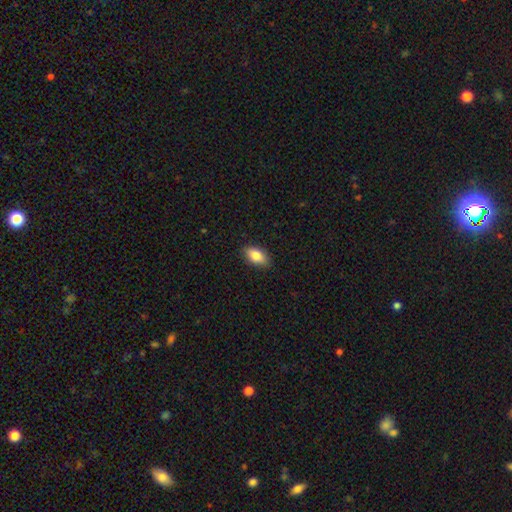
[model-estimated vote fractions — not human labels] smooth-or-featured: smooth: 83% | featured or disk: 10% | star or artifact: 7%
  how-rounded: in between: 91% | round: 5% | cigar-shaped: 4%
  merging: none: 89% | minor disturbance: 9% | major disturbance: 2% | merger: 1%